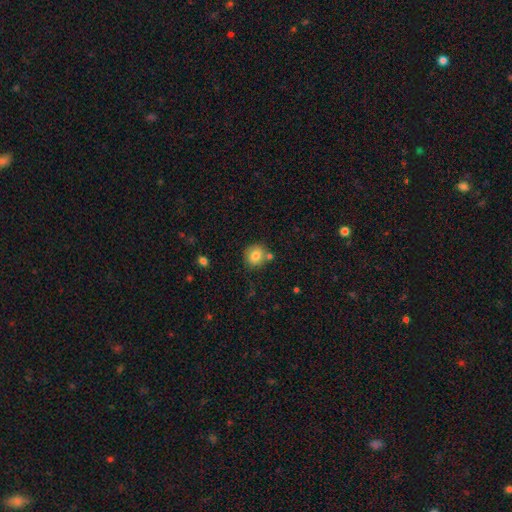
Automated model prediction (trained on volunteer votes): Smooth or featured?
  - smooth: 80% *
  - featured or disk: 11%
  - star or artifact: 10%
How rounded?
  - round: 84% *
  - in between: 15%
  - cigar-shaped: 1%
Merging?
  - none: 72% *
  - merger: 13%
  - minor disturbance: 12%
  - major disturbance: 3%